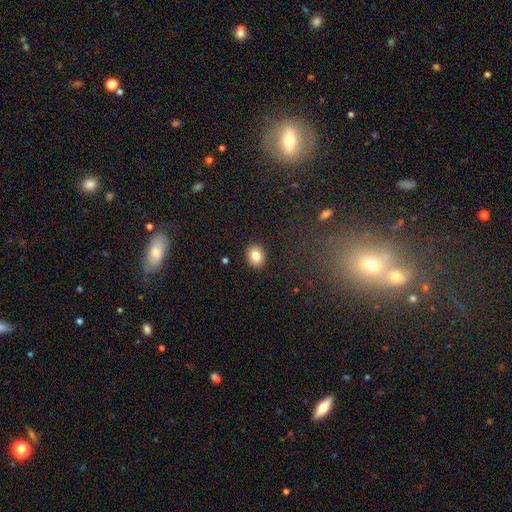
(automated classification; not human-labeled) A smooth galaxy with no disk features (84%) that is in between round and cigar-shaped (55%). Merging: none (90%).